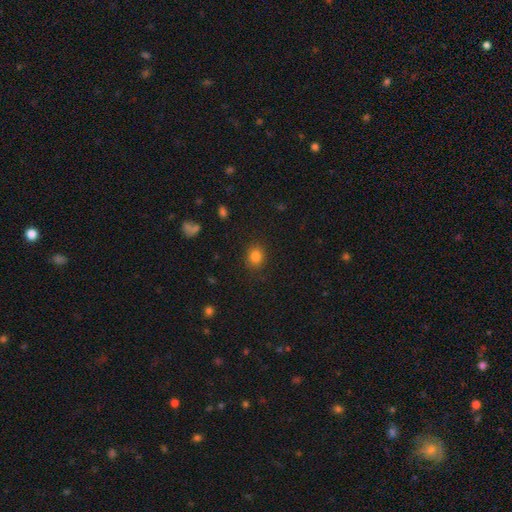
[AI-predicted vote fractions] smooth-or-featured: smooth: 83% | star or artifact: 11% | featured or disk: 5%
  how-rounded: round: 71% | in between: 29% | cigar-shaped: 1%
  merging: none: 86% | minor disturbance: 10% | major disturbance: 3% | merger: 1%